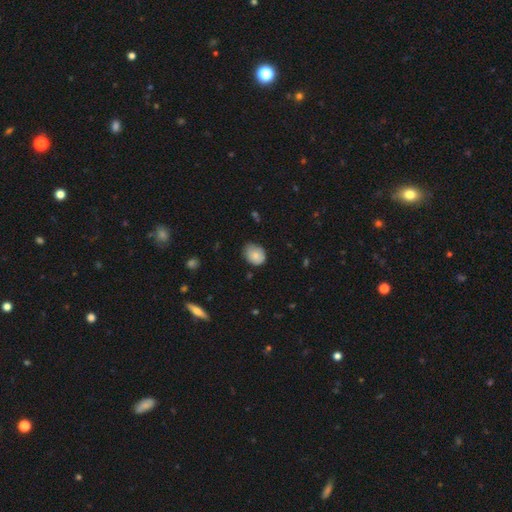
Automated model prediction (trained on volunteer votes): A smooth galaxy with no disk features (79%) that is round (54%).

Vote fractions:
- Smooth or featured? smooth: 79% / featured or disk: 13% / star or artifact: 8%
- How rounded? round: 54% / in between: 45% / cigar-shaped: 1%
- Merging? none: 65% / minor disturbance: 30% / major disturbance: 5% / merger: 1%